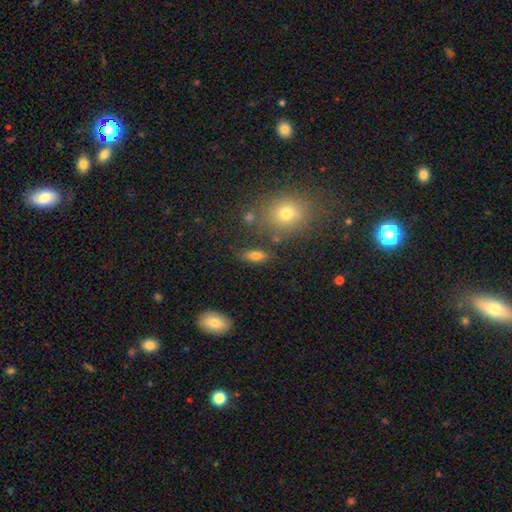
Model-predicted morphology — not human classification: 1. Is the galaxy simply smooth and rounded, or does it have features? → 76% smooth, 12% featured or disk, 12% star or artifact.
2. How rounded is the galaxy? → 76% in between, 16% cigar-shaped, 8% round.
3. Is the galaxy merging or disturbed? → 75% none, 13% minor disturbance, 6% merger, 5% major disturbance.